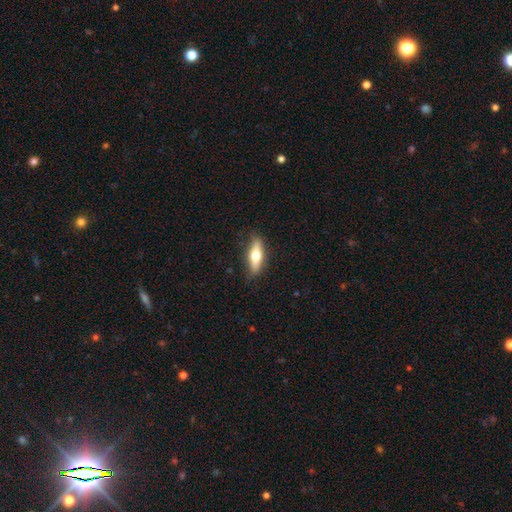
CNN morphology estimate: A smooth galaxy with no disk features (58%) that is in between round and cigar-shaped (50%). Merging: none (85%).